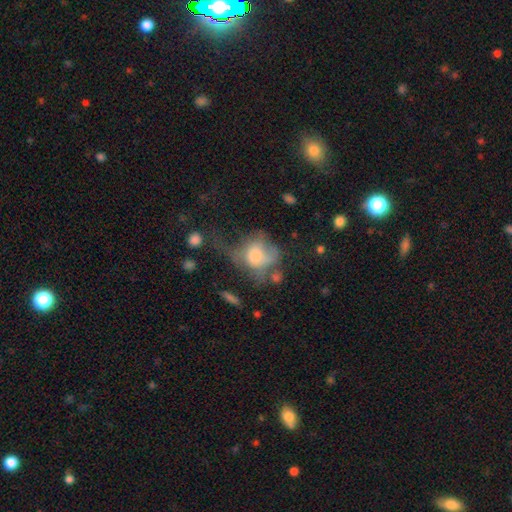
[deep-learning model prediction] A smooth galaxy with no disk features (56%) that is round (50%). Merging: major disturbance (50%).